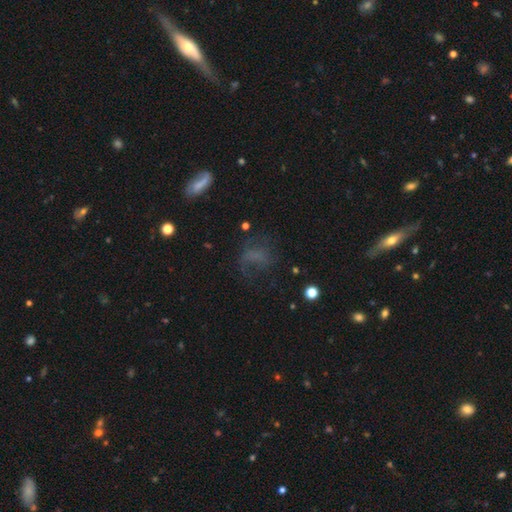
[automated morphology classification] The model was most divided on "smooth or featured": smooth: 43%, featured or disk: 32%, star or artifact: 25%. Remaining: merging — none (45%).